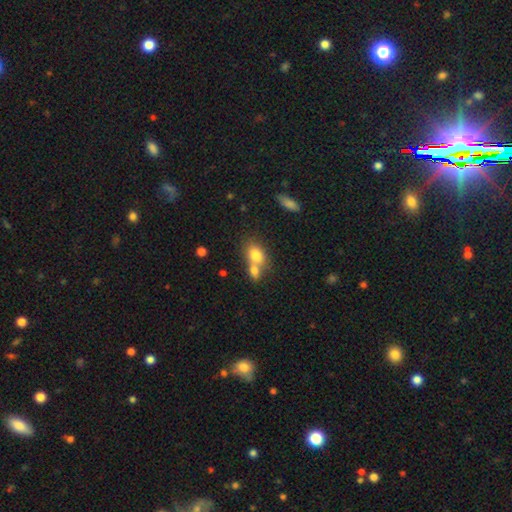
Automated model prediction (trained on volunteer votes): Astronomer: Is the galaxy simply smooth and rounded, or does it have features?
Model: smooth — 77%.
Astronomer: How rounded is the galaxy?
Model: in between — 72%.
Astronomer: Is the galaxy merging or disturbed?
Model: merger — 61%.